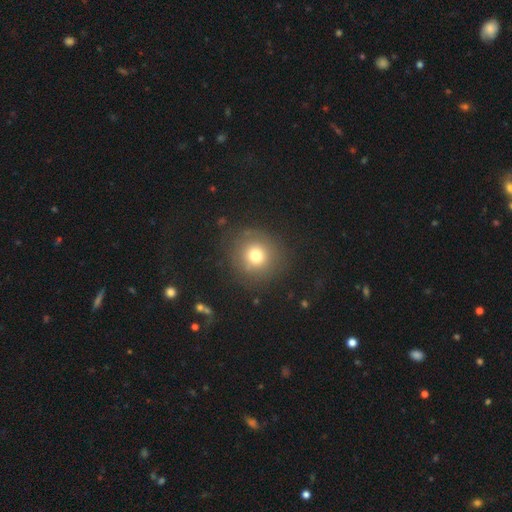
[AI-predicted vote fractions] This is likely a smooth galaxy (73%). How rounded: clearly round (92%). Merging: clearly none (83%).